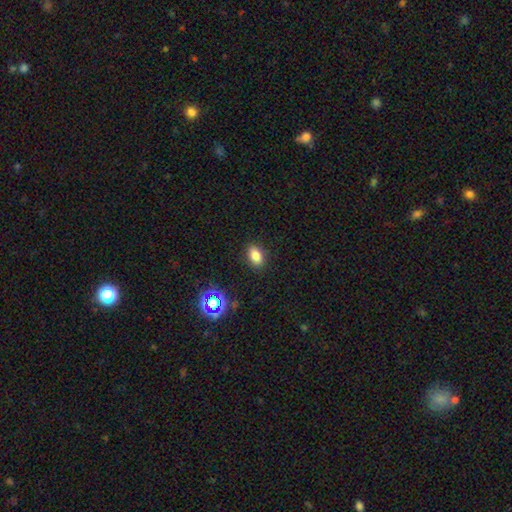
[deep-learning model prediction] smooth 80%, star or artifact 13%, featured or disk 6%. Down the decision tree: how rounded — in between (83%); merging — none (88%).